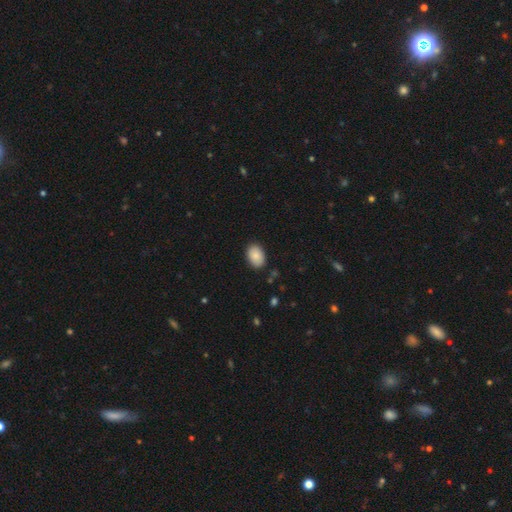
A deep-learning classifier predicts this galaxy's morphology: type=smooth (88%); roundness=in between (83%); merging=none (87%).